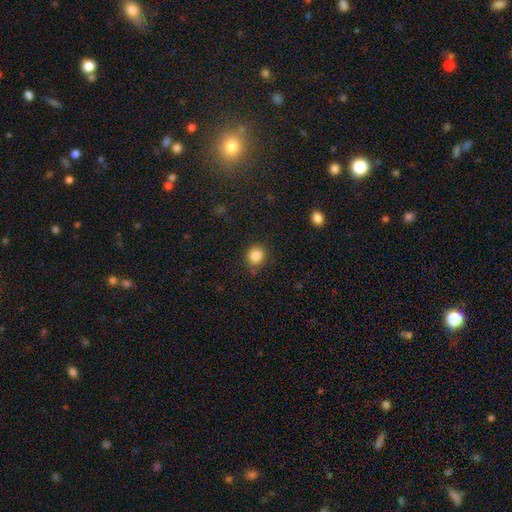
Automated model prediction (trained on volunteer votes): smooth-or-featured: smooth: 85% | star or artifact: 11% | featured or disk: 5%
  how-rounded: round: 87% | in between: 12% | cigar-shaped: 1%
  merging: none: 85% | minor disturbance: 10% | major disturbance: 3% | merger: 2%